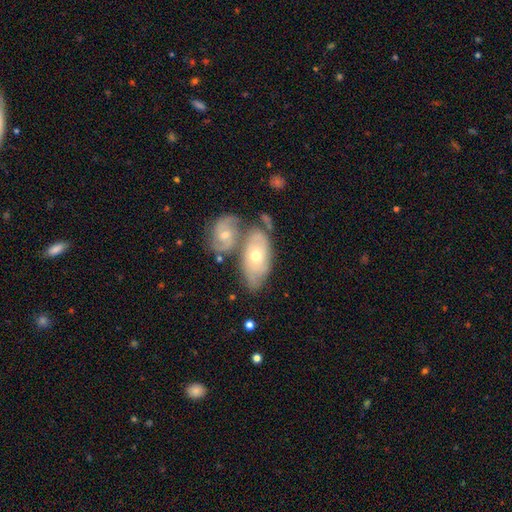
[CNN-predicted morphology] A featured or disk galaxy (63%) with no bar (81%), spiral arms (75%) and a moderate central bulge (59%). Merging: merger (40%, tied with none).